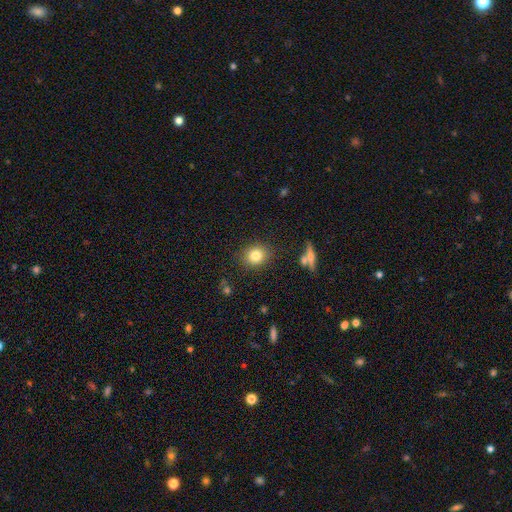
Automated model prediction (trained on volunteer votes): This is likely a smooth galaxy (80%). How rounded: likely round (73%). Merging: clearly none (86%).